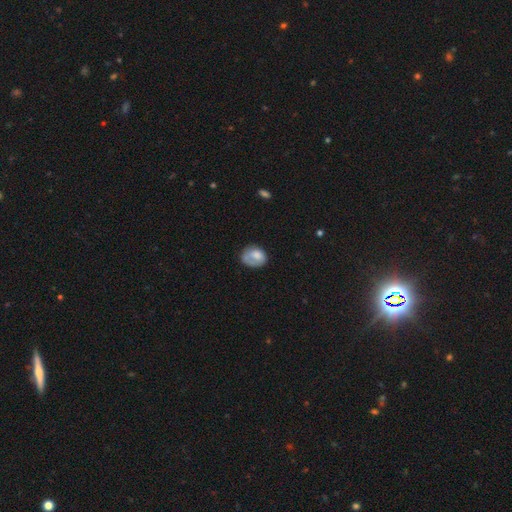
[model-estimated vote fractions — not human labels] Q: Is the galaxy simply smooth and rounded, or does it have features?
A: smooth — 68%.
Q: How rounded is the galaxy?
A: in between — 51%.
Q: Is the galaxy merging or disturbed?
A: none — 47%.